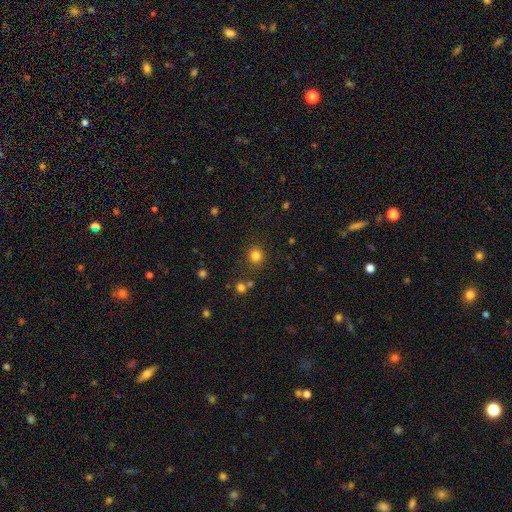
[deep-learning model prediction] smooth 81%, star or artifact 14%, featured or disk 5%. Down the decision tree: how rounded — round (90%); merging — none (85%).